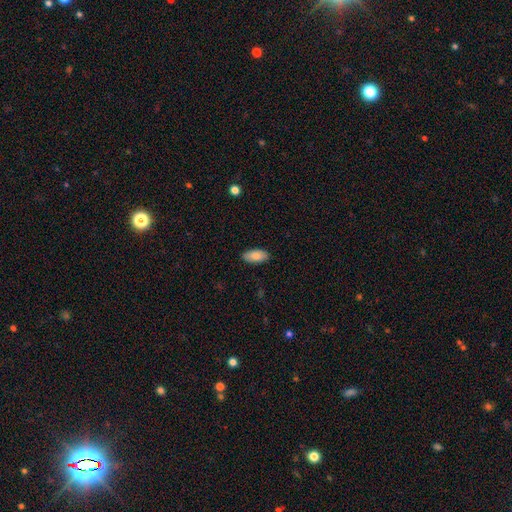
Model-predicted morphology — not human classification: This appears to be a smooth galaxy with no disk features (84%) that is in between round and cigar-shaped (93%). Merging: none (89%).